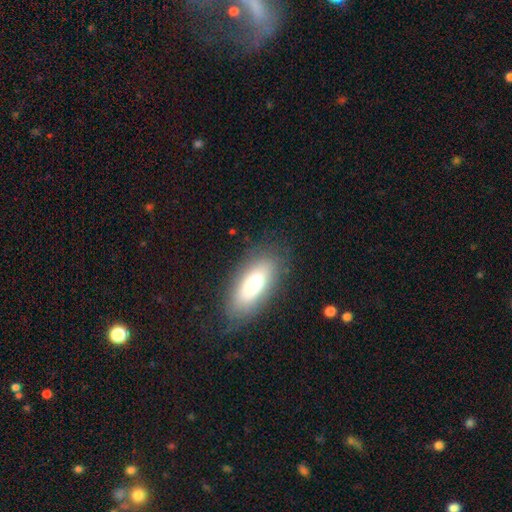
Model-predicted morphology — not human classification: type=smooth (73%); roundness=in between (78%); merging=none (83%).